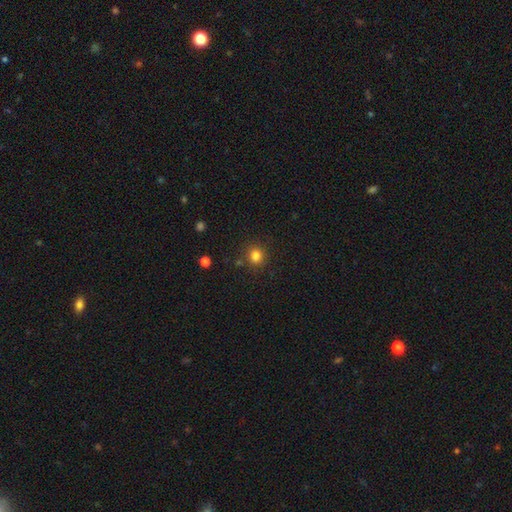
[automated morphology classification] The model was most divided on "smooth or featured": smooth: 82%, star or artifact: 13%, featured or disk: 5%. More confident: how rounded — round (86%); merging — none (84%).